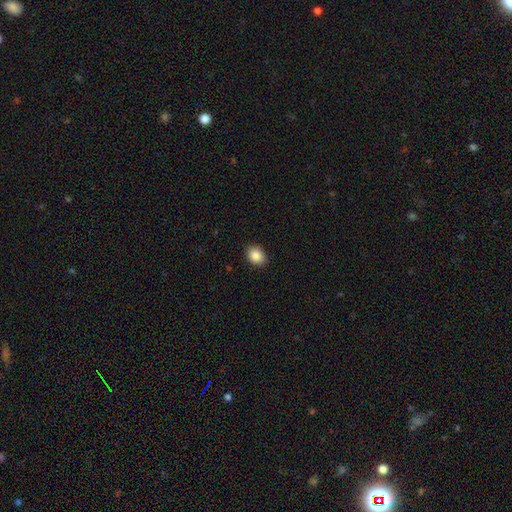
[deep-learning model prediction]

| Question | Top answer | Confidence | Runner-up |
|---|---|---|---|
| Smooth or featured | smooth | 89% | star or artifact (8%) |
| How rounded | in between | 53% | round (46%) |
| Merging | none | 88% | minor disturbance (9%) |